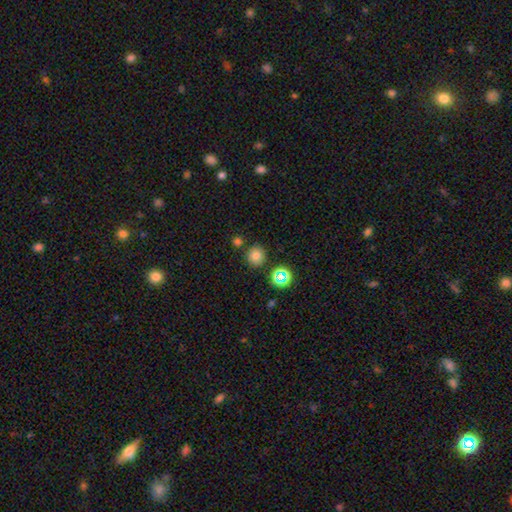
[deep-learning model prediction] smooth-or-featured: smooth: 77% | star or artifact: 17% | featured or disk: 6%
  how-rounded: round: 92% | in between: 7% | cigar-shaped: 1%
  merging: none: 82% | minor disturbance: 8% | merger: 7% | major disturbance: 3%